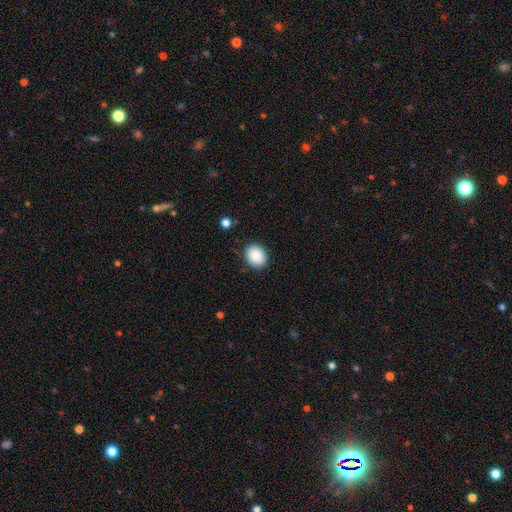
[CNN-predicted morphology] smooth 87%, star or artifact 8%, featured or disk 5%. Down the decision tree: how rounded — round (60%); merging — none (87%).